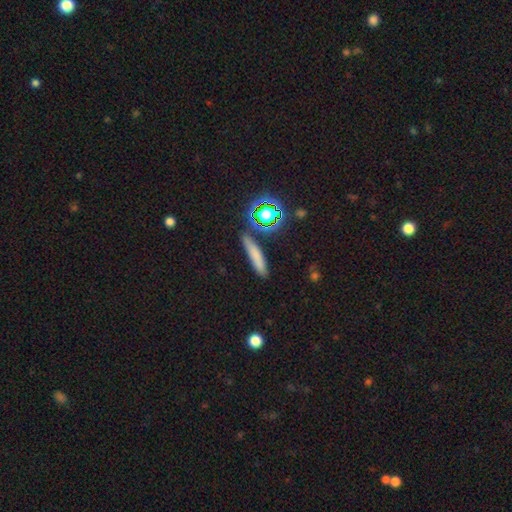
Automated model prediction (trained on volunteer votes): Q: Smooth or featured?
A: smooth (69%); runner-up: star or artifact (17%)
Q: How rounded?
A: cigar-shaped (84%); runner-up: in between (11%)
Q: Merging?
A: none (81%); runner-up: minor disturbance (11%)